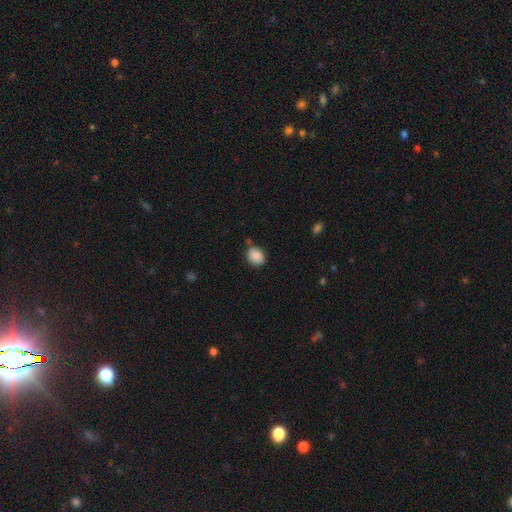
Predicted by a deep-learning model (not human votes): smooth_or_featured: smooth (p=0.87) [alt: star or artifact p=0.08]
how_rounded: round (p=0.51) [alt: in between p=0.48]
merging: none (p=0.76) [alt: minor disturbance p=0.15]